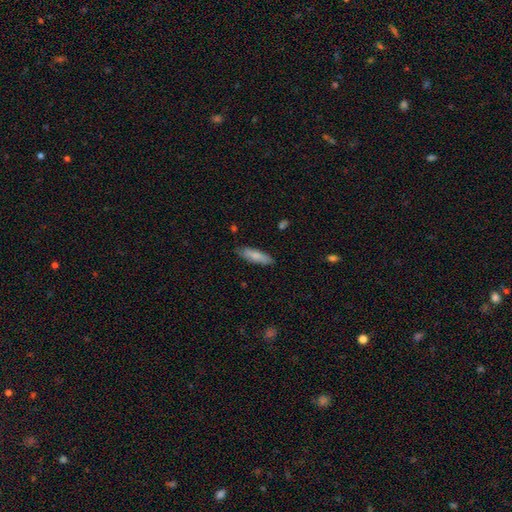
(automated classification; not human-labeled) smooth-or-featured: smooth: 80% | featured or disk: 14% | star or artifact: 6%
  how-rounded: cigar-shaped: 59% | in between: 39% | round: 2%
  merging: none: 83% | minor disturbance: 14% | major disturbance: 2% | merger: 1%